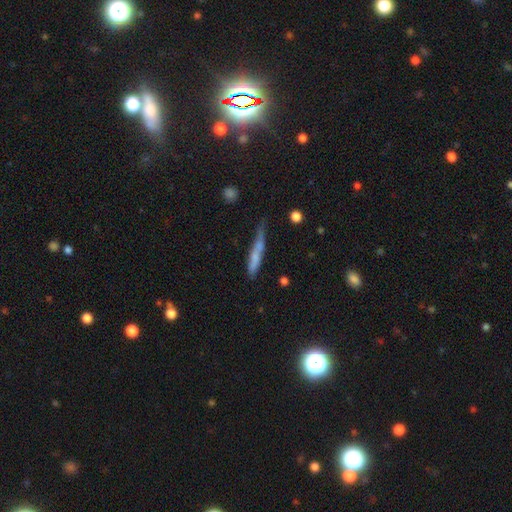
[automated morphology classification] The model was most divided on "merging": none: 52%, minor disturbance: 30%, major disturbance: 11%, merger: 7%. More confident: how rounded — cigar-shaped (92%); smooth or featured — smooth (58%).